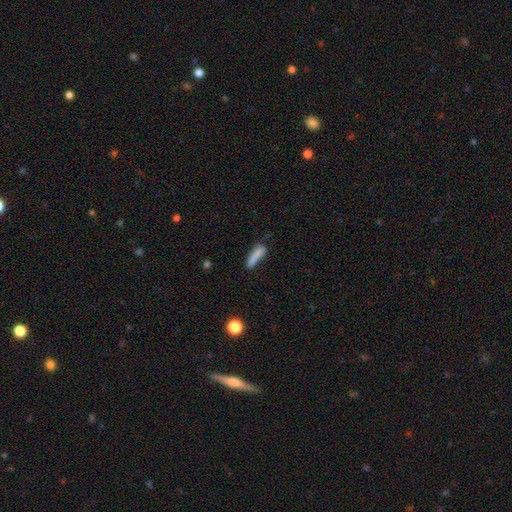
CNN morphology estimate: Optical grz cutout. It shows a smooth galaxy with no disk features (81%) that is cigar-shaped (72%). Merging: none (60%).